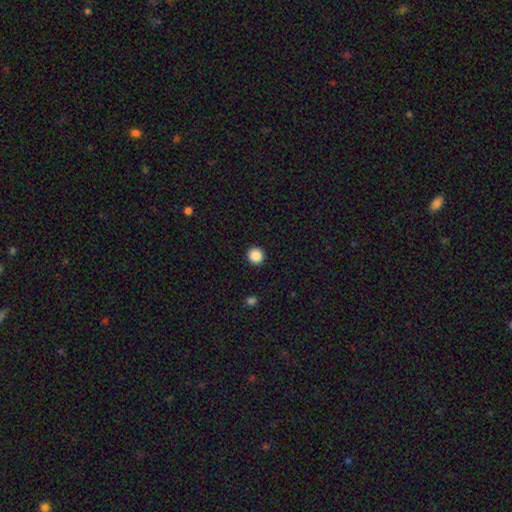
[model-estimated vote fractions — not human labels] Overall: smooth (88%). How rounded: round (94%). Merging: none (93%).